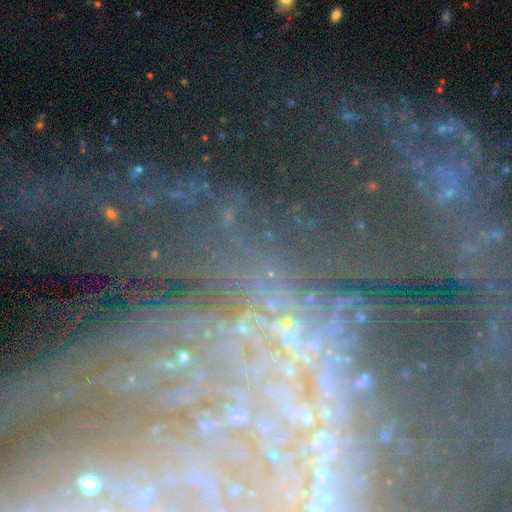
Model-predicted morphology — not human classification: This appears to be a featured or disk galaxy (54%). Merging: none (61%).